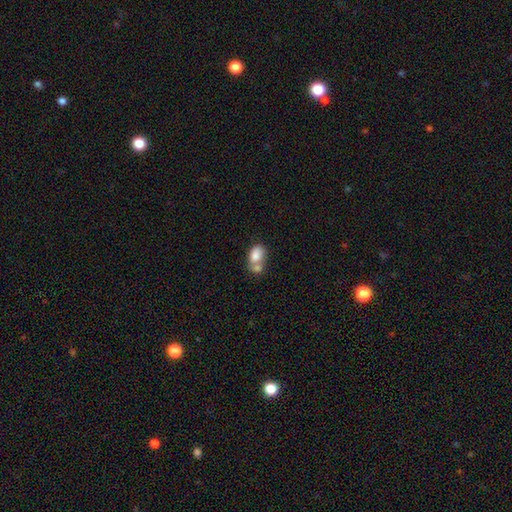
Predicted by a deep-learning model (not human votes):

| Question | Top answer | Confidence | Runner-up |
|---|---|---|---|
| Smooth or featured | smooth | 79% | featured or disk (13%) |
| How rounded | in between | 83% | round (16%) |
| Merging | merger | 58% | none (27%) |